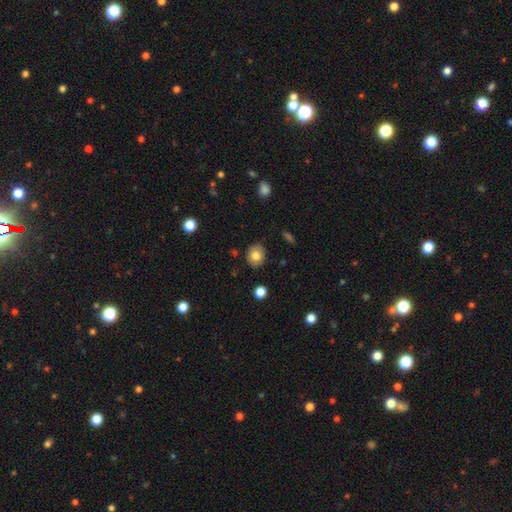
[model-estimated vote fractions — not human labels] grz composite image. It shows a smooth galaxy with no disk features (78%) that is round (67%). Merging: none (86%).